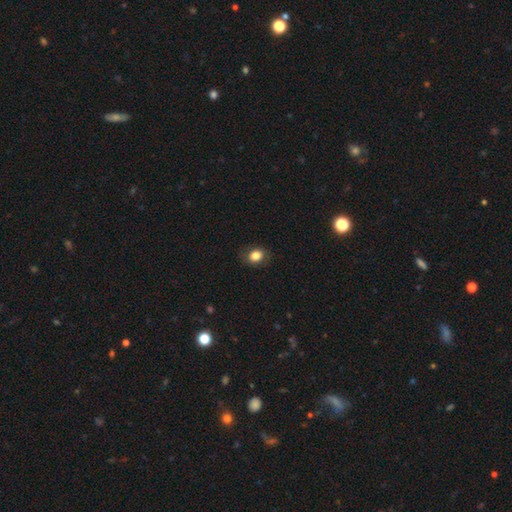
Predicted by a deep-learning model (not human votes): A smooth galaxy with no disk features (83%) that is in between round and cigar-shaped (52%). Merging: none (83%).